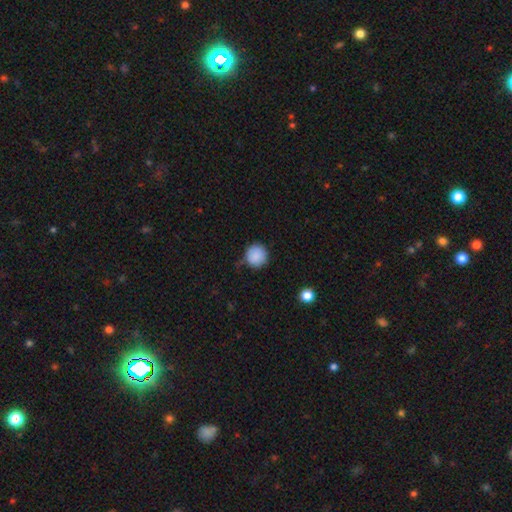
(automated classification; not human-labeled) The model was most divided on "merging": none: 78%, minor disturbance: 16%, major disturbance: 3%, merger: 2%. More confident: how rounded — round (94%); smooth or featured — smooth (89%).